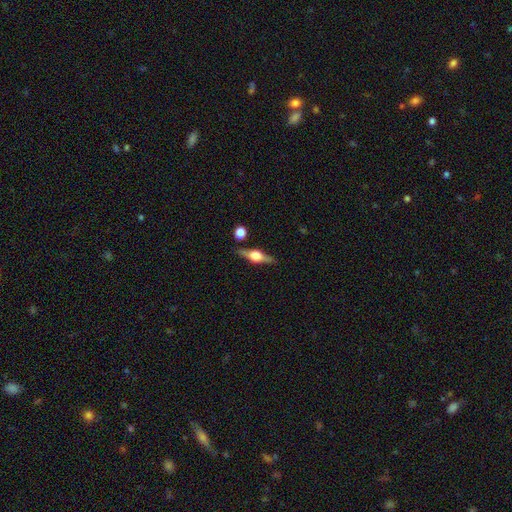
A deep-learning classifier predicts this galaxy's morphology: A featured or disk galaxy (73%) viewed edge-on (96%) with a rounded central bulge (92%). Merging: none (84%).